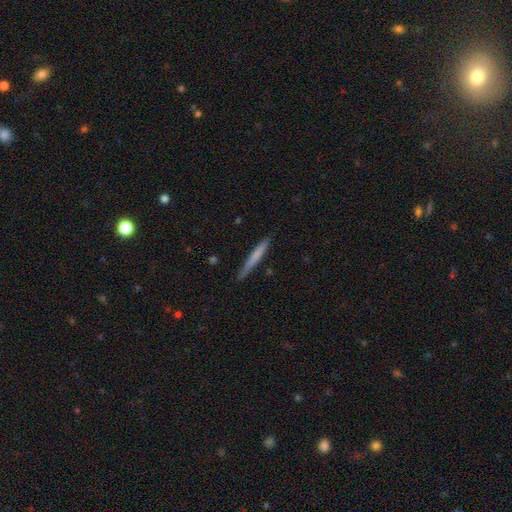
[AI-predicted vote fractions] Q: Smooth or featured?
A: smooth (60%); runner-up: featured or disk (35%)
Q: How rounded?
A: cigar-shaped (96%); runner-up: in between (2%)
Q: Merging?
A: none (85%); runner-up: minor disturbance (11%)